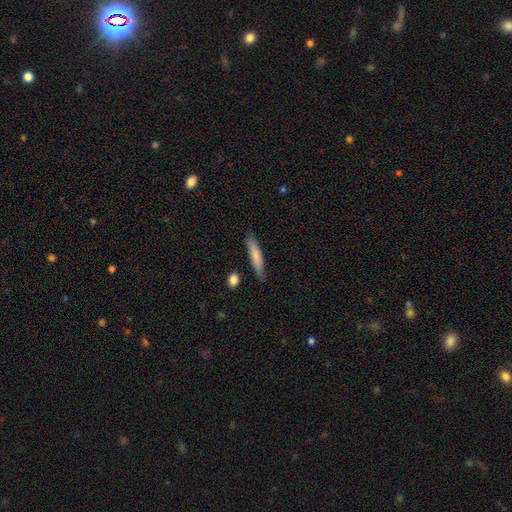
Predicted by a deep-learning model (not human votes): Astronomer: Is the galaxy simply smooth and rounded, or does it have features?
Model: smooth — 76%.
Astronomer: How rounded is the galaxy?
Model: cigar-shaped — 86%.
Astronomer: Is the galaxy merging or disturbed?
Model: none — 83%.